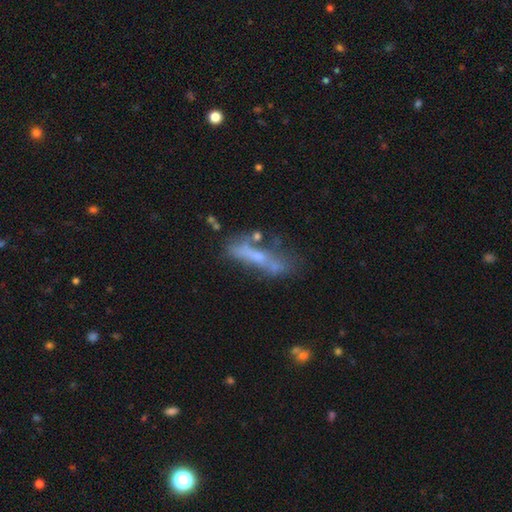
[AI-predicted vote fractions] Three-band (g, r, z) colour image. It shows a featured or disk galaxy (52%). Merging: none (44%).